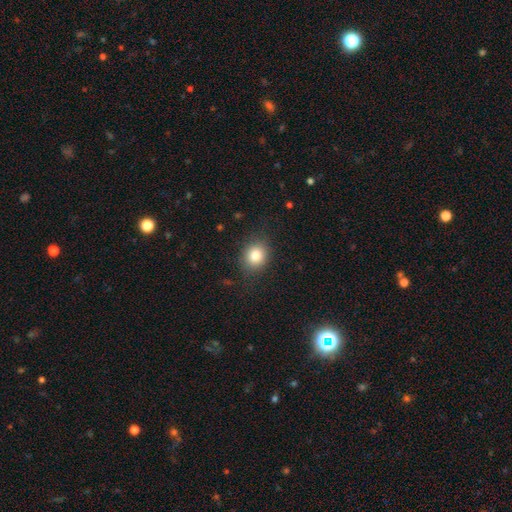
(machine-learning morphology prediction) Smooth or featured? Predicted: smooth (p=0.82). How rounded? Predicted: round (p=0.66). Merging? Predicted: none (p=0.82).